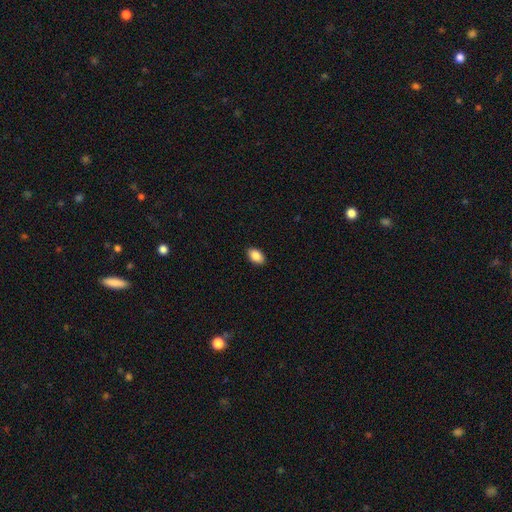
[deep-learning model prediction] Smooth or featured?
  - smooth: 88% *
  - star or artifact: 7%
  - featured or disk: 5%
How rounded?
  - in between: 91% *
  - round: 8%
  - cigar-shaped: 1%
Merging?
  - none: 90% *
  - minor disturbance: 8%
  - major disturbance: 2%
  - merger: 1%